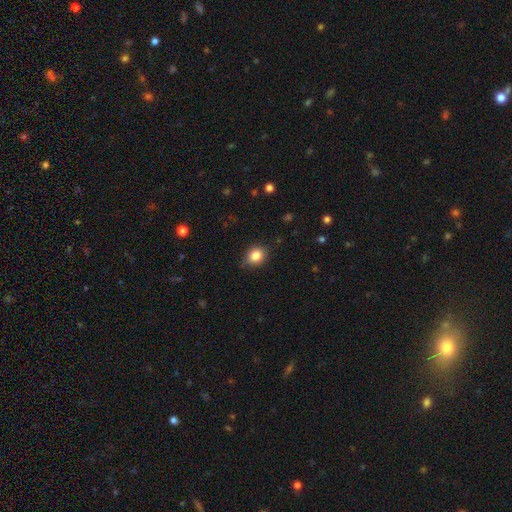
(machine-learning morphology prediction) type=smooth (84%); roundness=round (63%); merging=none (78%).